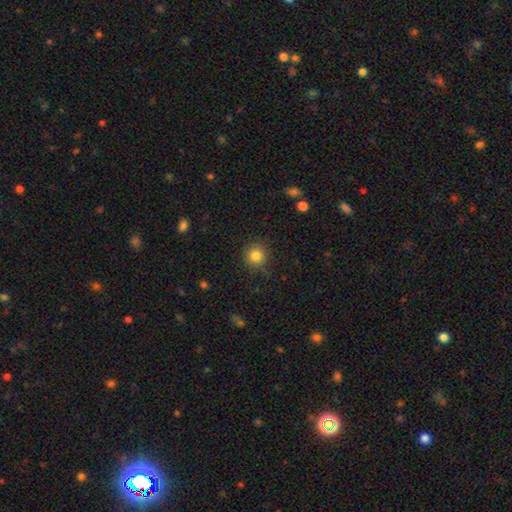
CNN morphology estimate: Smooth or featured? smooth (83%)
How rounded? round (93%)
Merging? none (86%)